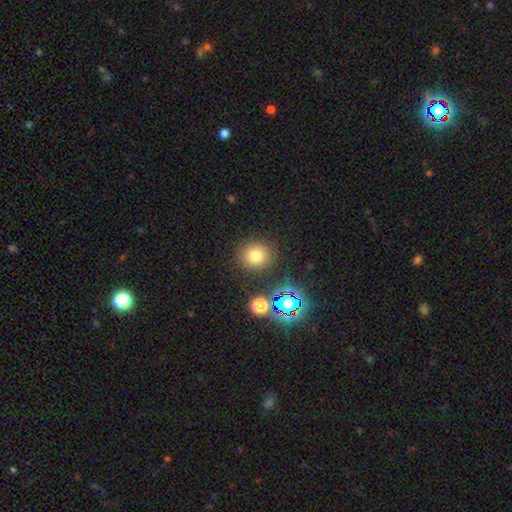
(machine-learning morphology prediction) This appears to be a smooth galaxy with no disk features (74%) that is round (88%). Merging: none (86%).